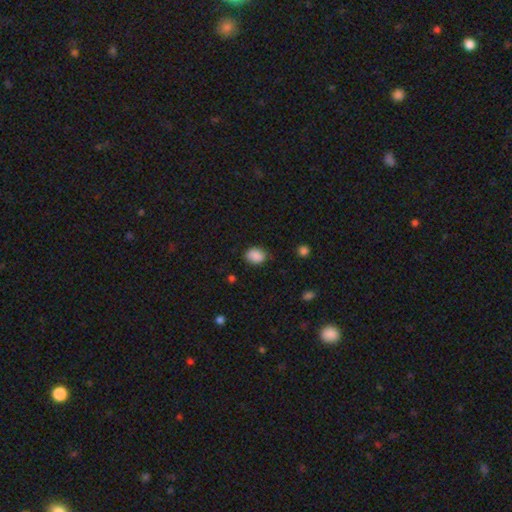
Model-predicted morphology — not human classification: The model was most divided on "how rounded": in between: 64%, round: 35%, cigar-shaped: 1%. More confident: smooth or featured — smooth (88%); merging — none (74%).